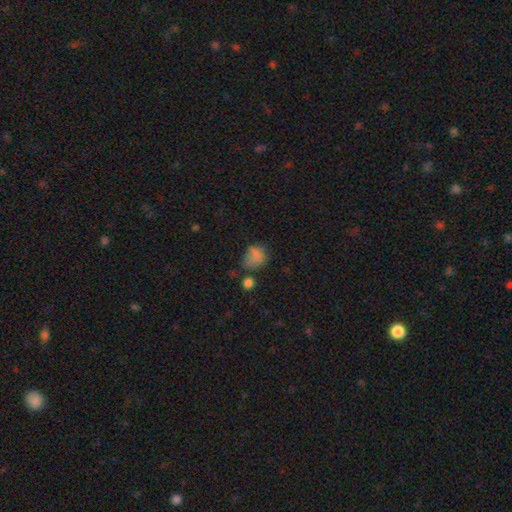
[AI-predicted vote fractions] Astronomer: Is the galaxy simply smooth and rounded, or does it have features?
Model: smooth — 76%.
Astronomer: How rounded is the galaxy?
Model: in between — 52% (runner-up: round, 47%).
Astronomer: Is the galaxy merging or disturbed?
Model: none — 41% (runner-up: minor disturbance, 30%).